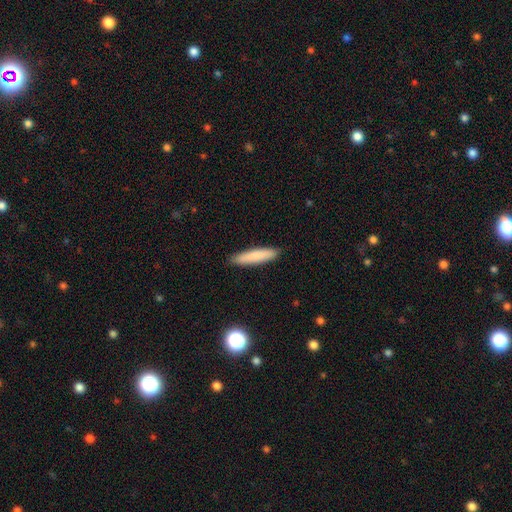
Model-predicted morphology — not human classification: The model was most divided on "how rounded": cigar-shaped: 84%, in between: 14%, round: 1%. More confident: merging — none (89%); smooth or featured — smooth (82%).